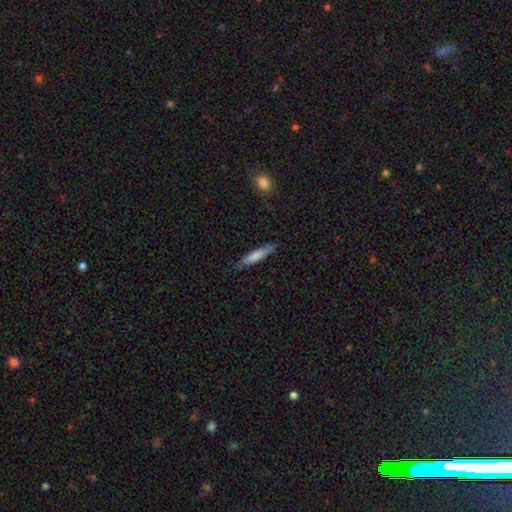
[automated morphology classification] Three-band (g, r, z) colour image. It shows a smooth galaxy with no disk features (68%) that is cigar-shaped (91%). Merging: none (83%).